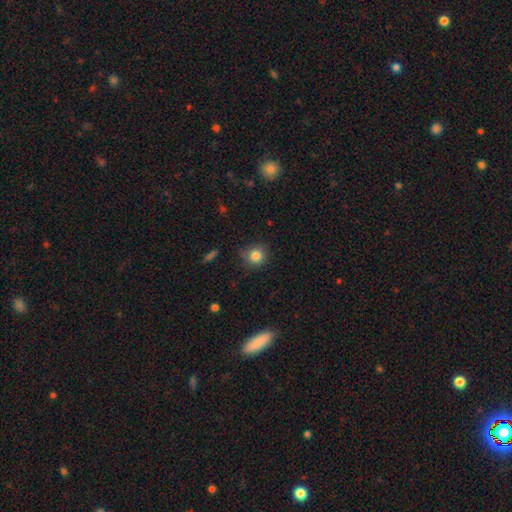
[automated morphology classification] Smooth or featured?
  - smooth: 82% *
  - star or artifact: 11%
  - featured or disk: 7%
How rounded?
  - round: 86% *
  - in between: 13%
  - cigar-shaped: 1%
Merging?
  - none: 73% *
  - minor disturbance: 20%
  - major disturbance: 5%
  - merger: 2%